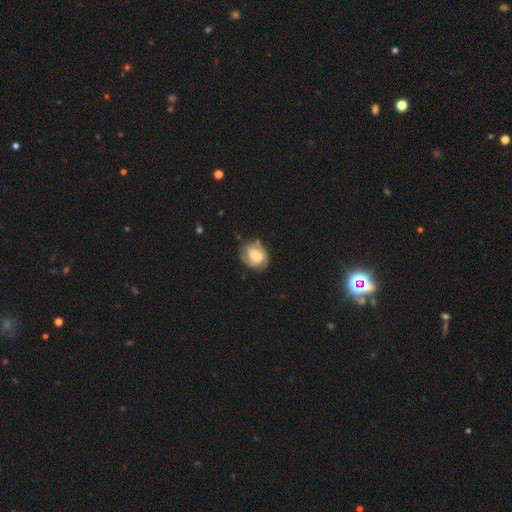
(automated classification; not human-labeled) The model was most divided on "bulge size": moderate: 46%, small: 42%, large: 6%, none: 5%, dominant: 1%. Remaining: edge-on disk — no (98%); spiral arms — yes (90%); merging — none (68%); smooth or featured — featured or disk (63%); bar — no (57%); spiral arm count — 2 (52%); spiral winding — tight (49%).